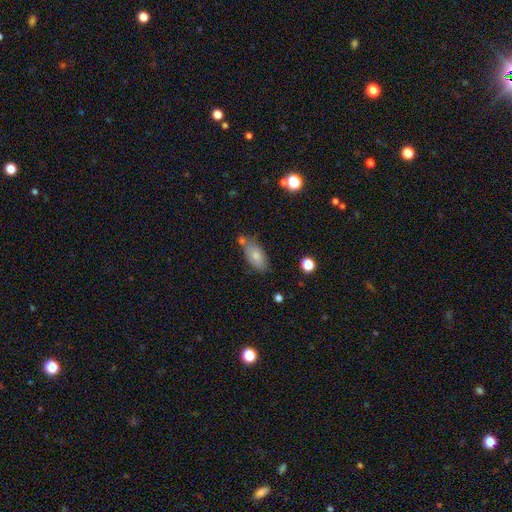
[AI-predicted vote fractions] Q: Smooth or featured?
A: smooth (75%); runner-up: featured or disk (17%)
Q: How rounded?
A: in between (87%); runner-up: cigar-shaped (9%)
Q: Merging?
A: none (57%); runner-up: minor disturbance (21%)